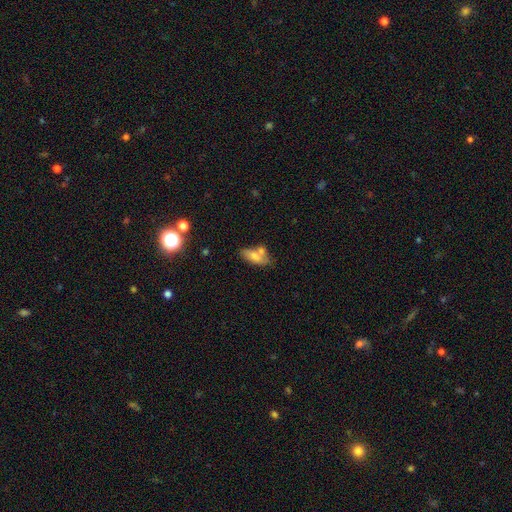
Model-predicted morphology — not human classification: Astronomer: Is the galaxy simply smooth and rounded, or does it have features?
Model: smooth — 71%.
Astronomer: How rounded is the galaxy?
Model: in between — 78%.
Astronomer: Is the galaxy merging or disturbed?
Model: none — 49% (runner-up: merger, 28%).